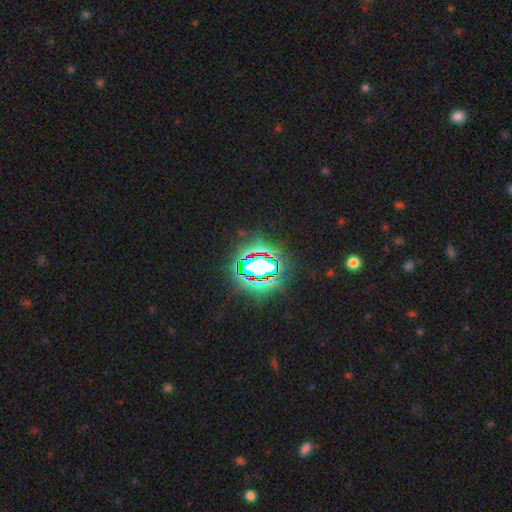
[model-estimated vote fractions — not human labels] Overall: star or artifact (80%).